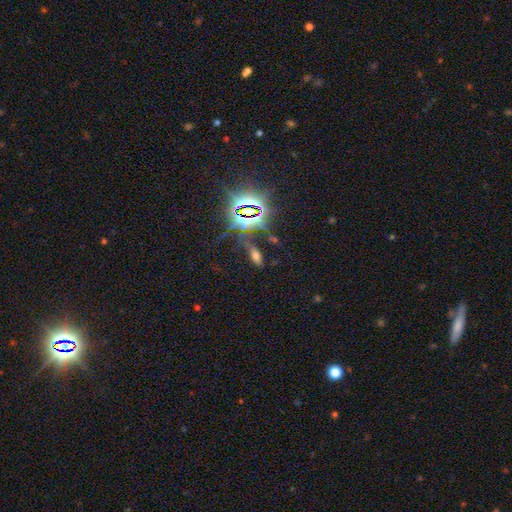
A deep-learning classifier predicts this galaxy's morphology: A smooth galaxy with no disk features (49%).

Vote fractions:
- Smooth or featured? smooth: 49% / star or artifact: 40% / featured or disk: 12%
- Merging? none: 76% / minor disturbance: 13% / major disturbance: 6% / merger: 4%